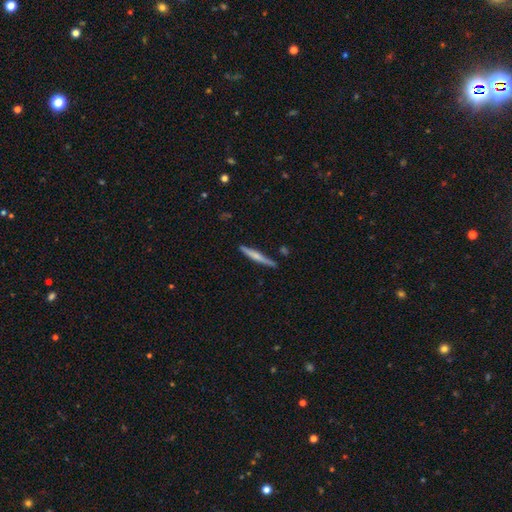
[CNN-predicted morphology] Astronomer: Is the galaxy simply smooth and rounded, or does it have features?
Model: smooth — 53% (runner-up: featured or disk, 41%).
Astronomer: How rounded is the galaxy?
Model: cigar-shaped — 95%.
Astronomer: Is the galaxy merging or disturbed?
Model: none — 86%.